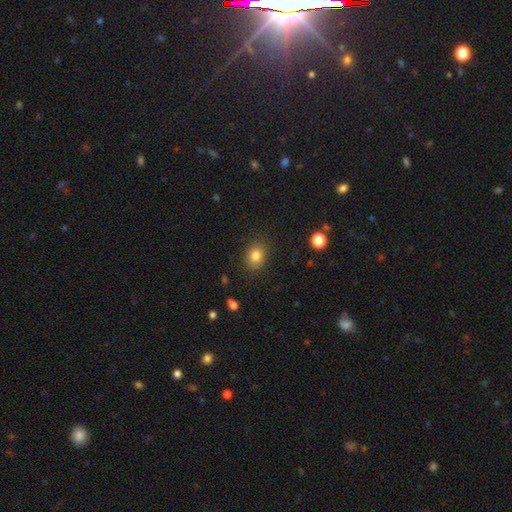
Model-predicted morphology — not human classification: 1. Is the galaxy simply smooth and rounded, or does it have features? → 82% smooth, 11% star or artifact, 7% featured or disk.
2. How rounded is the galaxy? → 55% round, 44% in between, 1% cigar-shaped.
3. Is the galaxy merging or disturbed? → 86% none, 10% minor disturbance, 3% major disturbance, 1% merger.